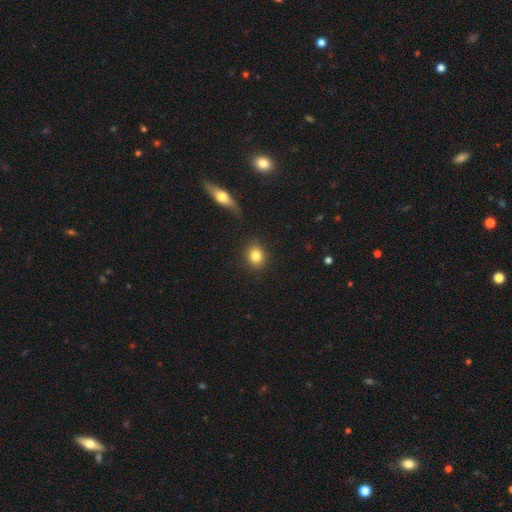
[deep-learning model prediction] This is clearly a smooth galaxy (83%). How rounded: likely round (62%). Merging: clearly none (88%).